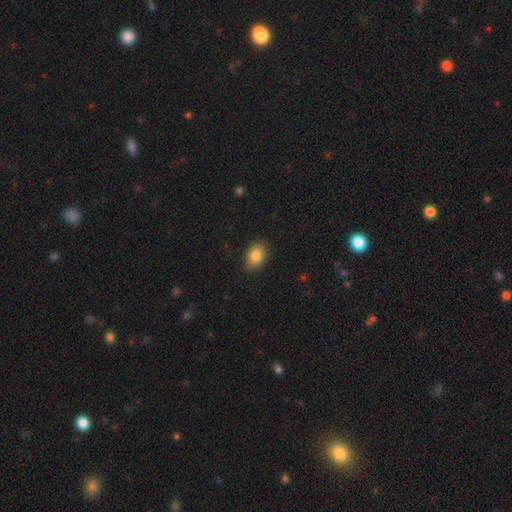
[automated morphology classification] This appears to be a smooth galaxy with no disk features (84%) that is in between round and cigar-shaped (82%). Merging: none (88%).